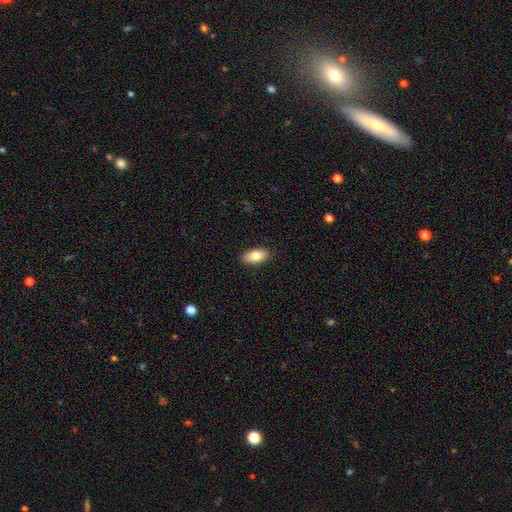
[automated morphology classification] type=smooth (80%); roundness=in between (91%); merging=none (90%).